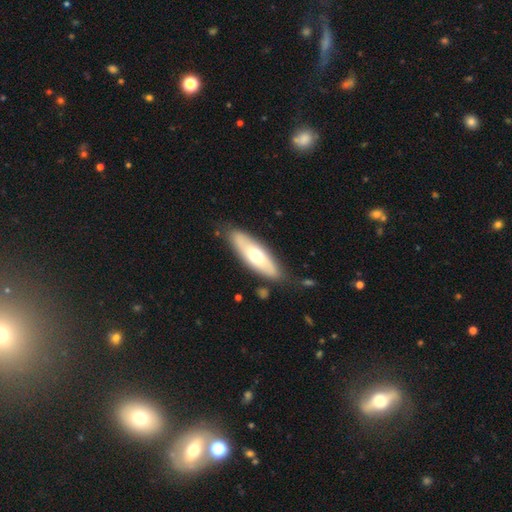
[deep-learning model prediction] This appears to be a smooth galaxy with no disk features (54%) that is in between round and cigar-shaped (55%). Merging: none (78%).